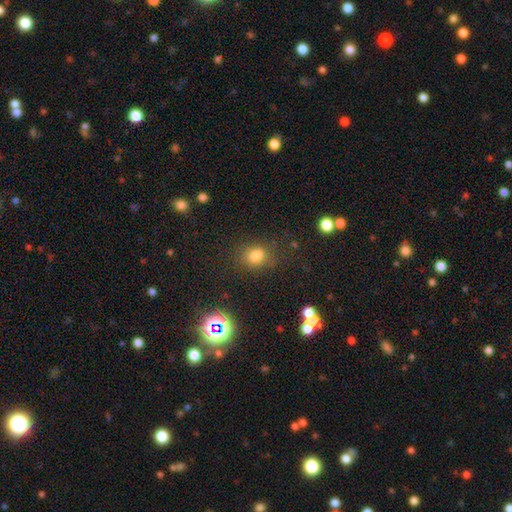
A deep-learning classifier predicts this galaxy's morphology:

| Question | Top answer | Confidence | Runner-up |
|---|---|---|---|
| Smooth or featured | smooth | 72% | star or artifact (20%) |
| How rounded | round | 62% | in between (36%) |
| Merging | none | 72% | minor disturbance (15%) |